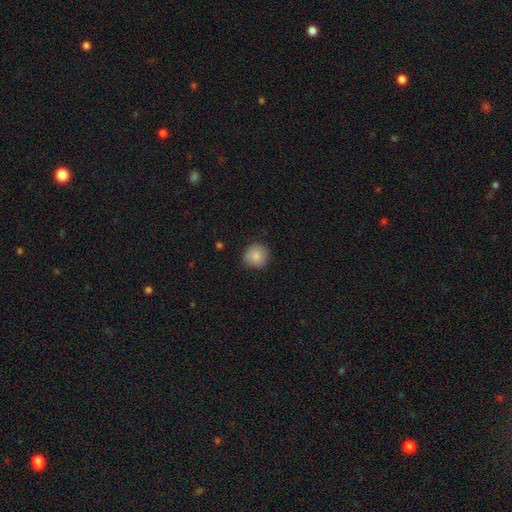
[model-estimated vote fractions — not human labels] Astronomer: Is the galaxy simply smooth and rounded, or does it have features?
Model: smooth — 85%.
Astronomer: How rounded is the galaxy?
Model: round — 91%.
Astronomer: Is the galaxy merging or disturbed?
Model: none — 82%.